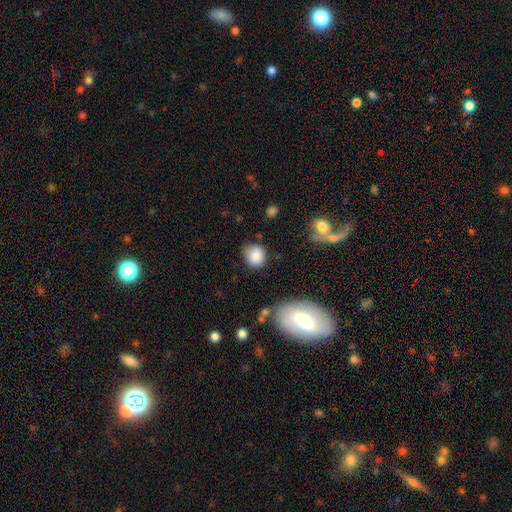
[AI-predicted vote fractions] smooth 85%, star or artifact 9%, featured or disk 6%. Down the decision tree: how rounded — round (77%); merging — none (71%).